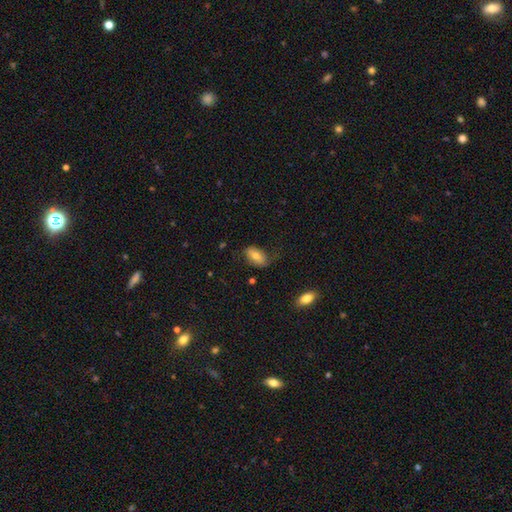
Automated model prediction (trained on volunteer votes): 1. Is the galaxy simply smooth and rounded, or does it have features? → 70% smooth, 22% featured or disk, 8% star or artifact.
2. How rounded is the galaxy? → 92% in between, 5% round, 3% cigar-shaped.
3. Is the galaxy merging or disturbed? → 61% none, 25% minor disturbance, 12% major disturbance, 2% merger.